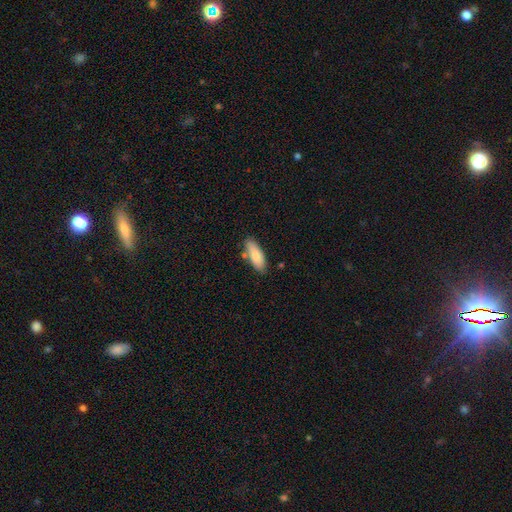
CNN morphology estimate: smooth 77%, featured or disk 17%, star or artifact 6%. Down the decision tree: how rounded — in between (74%); merging — none (75%).